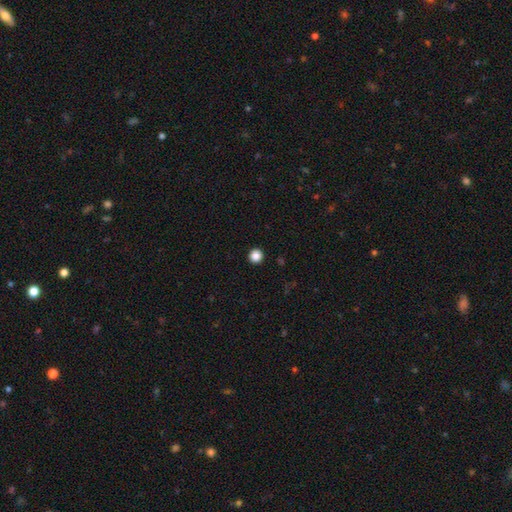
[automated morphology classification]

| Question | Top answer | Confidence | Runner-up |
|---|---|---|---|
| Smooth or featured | smooth | 86% | star or artifact (11%) |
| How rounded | round | 96% | in between (3%) |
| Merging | none | 94% | minor disturbance (4%) |